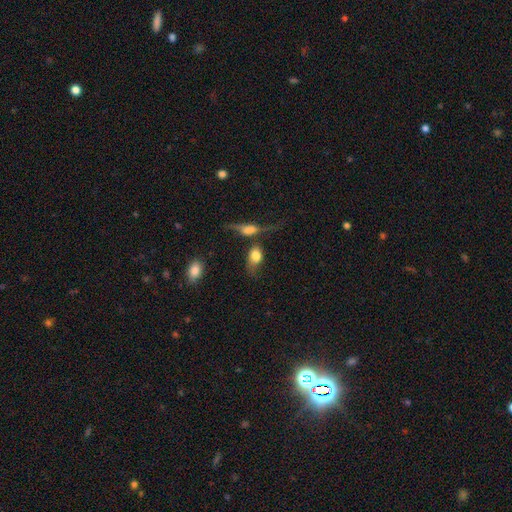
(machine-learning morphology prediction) type=smooth (71%); roundness=in between (79%); merging=merger (38%).